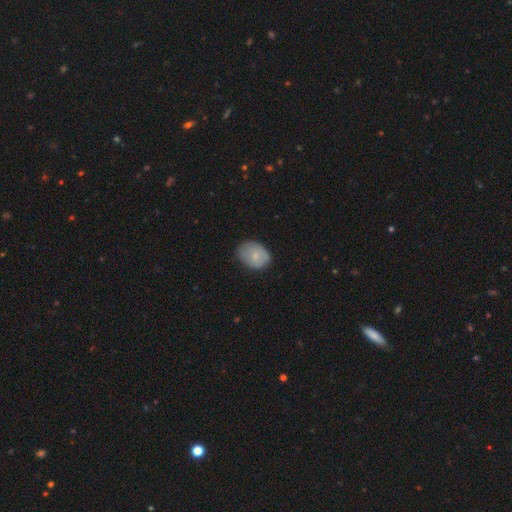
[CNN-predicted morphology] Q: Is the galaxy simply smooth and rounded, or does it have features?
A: smooth — 72%.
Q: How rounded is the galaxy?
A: in between — 66%.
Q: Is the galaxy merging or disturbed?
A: none — 67%.